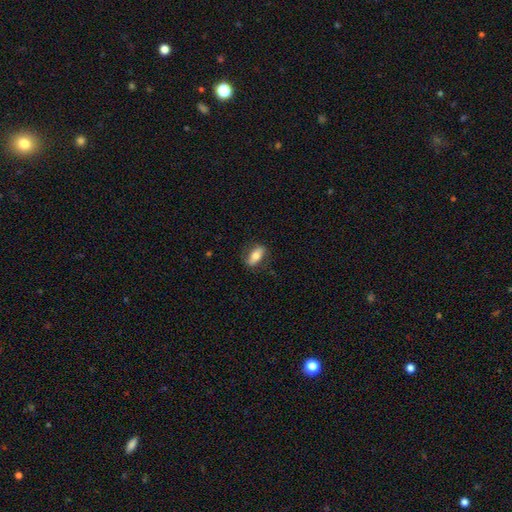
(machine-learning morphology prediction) Smooth or featured?
  - smooth: 66% *
  - featured or disk: 27%
  - star or artifact: 7%
How rounded?
  - in between: 74% *
  - cigar-shaped: 21%
  - round: 5%
Merging?
  - none: 80% *
  - minor disturbance: 15%
  - major disturbance: 4%
  - merger: 1%